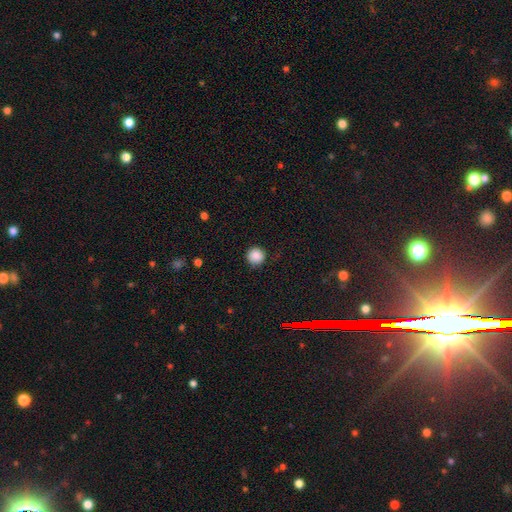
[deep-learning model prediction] smooth_or_featured: smooth (p=0.87) [alt: star or artifact p=0.10]
how_rounded: round (p=0.95) [alt: in between p=0.04]
merging: none (p=0.88) [alt: minor disturbance p=0.09]